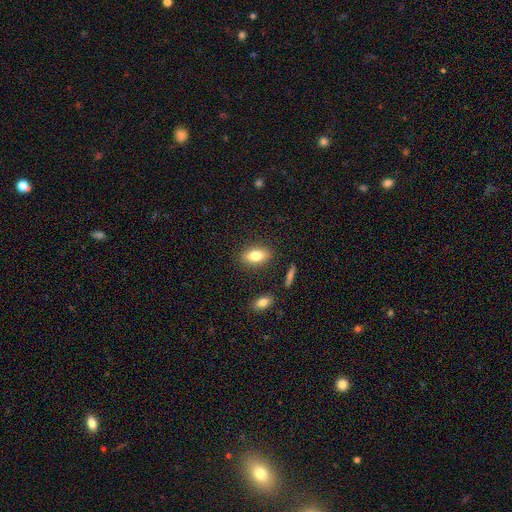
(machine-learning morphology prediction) This appears to be a smooth galaxy with no disk features (77%) that is in between round and cigar-shaped (85%). Merging: none (85%).